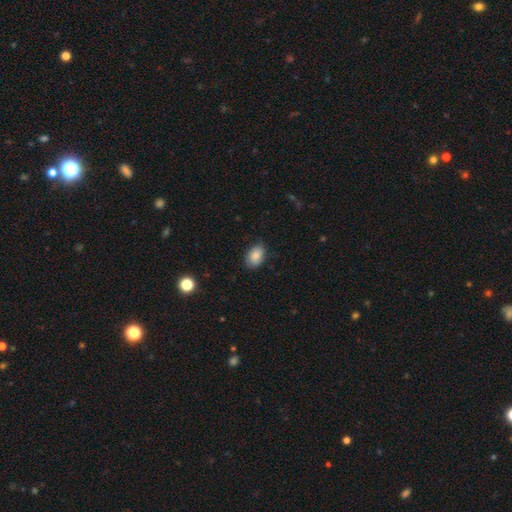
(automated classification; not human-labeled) Overall: smooth (84%). How rounded: in between (87%). Merging: none (76%).